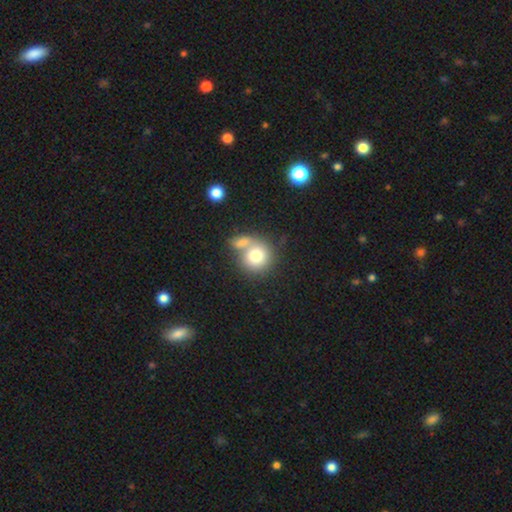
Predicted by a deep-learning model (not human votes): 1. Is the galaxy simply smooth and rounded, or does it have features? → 77% smooth, 13% featured or disk, 9% star or artifact.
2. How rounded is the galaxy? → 85% round, 13% in between, 1% cigar-shaped.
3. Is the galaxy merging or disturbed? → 43% merger, 41% none, 10% minor disturbance, 5% major disturbance.